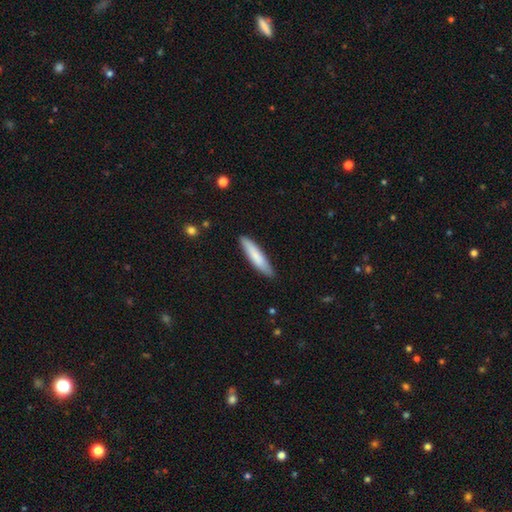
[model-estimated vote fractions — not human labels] The model was most divided on "smooth or featured": smooth: 78%, featured or disk: 17%, star or artifact: 5%. More confident: merging — none (87%); how rounded — cigar-shaped (84%).